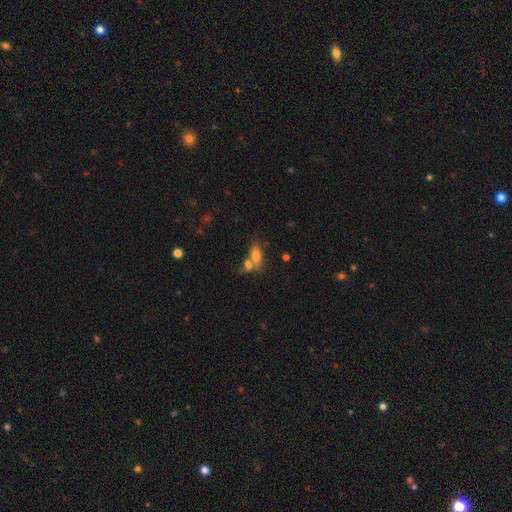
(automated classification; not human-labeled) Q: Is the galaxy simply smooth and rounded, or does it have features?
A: smooth — 72%.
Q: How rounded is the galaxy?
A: in between — 79%.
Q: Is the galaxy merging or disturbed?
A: merger — 49%.